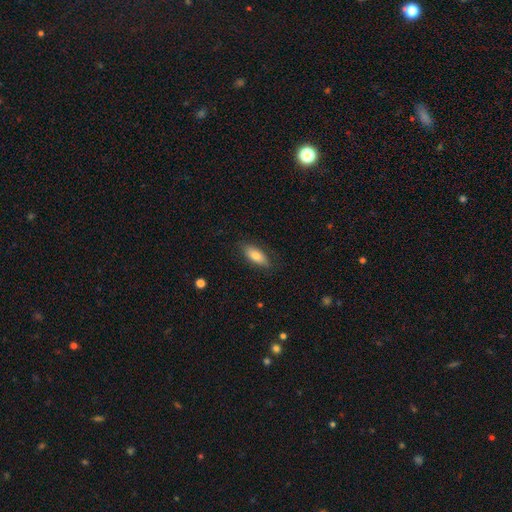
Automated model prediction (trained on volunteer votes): This appears to be a smooth galaxy with no disk features (78%) that is in between round and cigar-shaped (78%). Merging: none (82%).